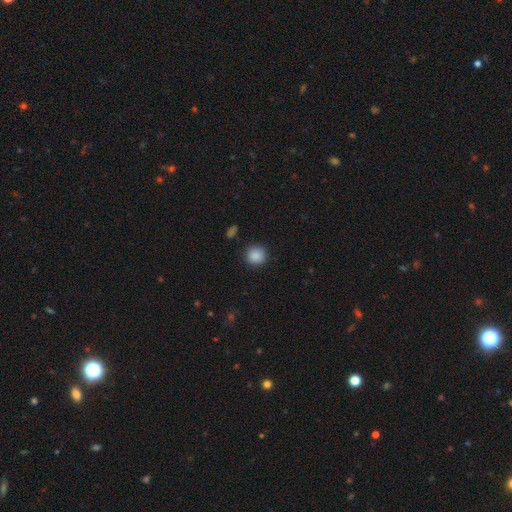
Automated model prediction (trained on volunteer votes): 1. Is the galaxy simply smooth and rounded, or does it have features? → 88% smooth, 9% star or artifact, 3% featured or disk.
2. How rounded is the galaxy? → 92% round, 7% in between, 1% cigar-shaped.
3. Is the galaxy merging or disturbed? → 89% none, 7% minor disturbance, 2% major disturbance, 1% merger.